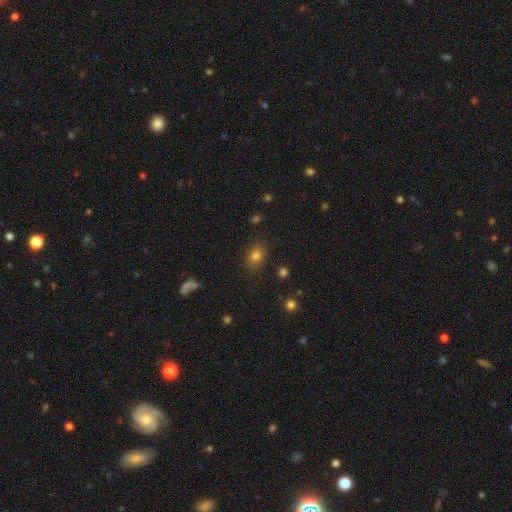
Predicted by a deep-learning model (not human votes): Smooth or featured? smooth (78%)
How rounded? in between (61%)
Merging? none (84%)